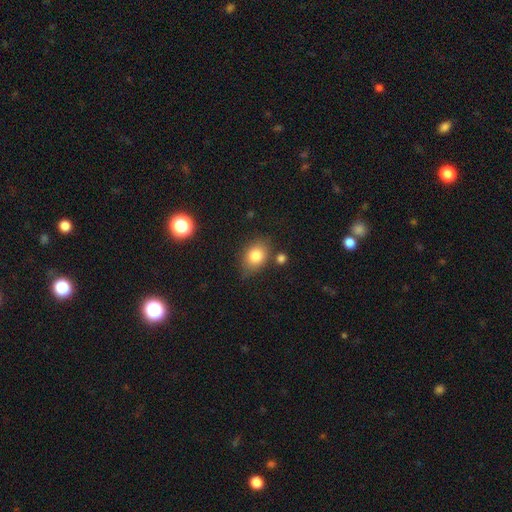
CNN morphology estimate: Smooth or featured? Predicted: smooth (p=0.82). How rounded? Predicted: in between (p=0.65). Merging? Predicted: none (p=0.73).